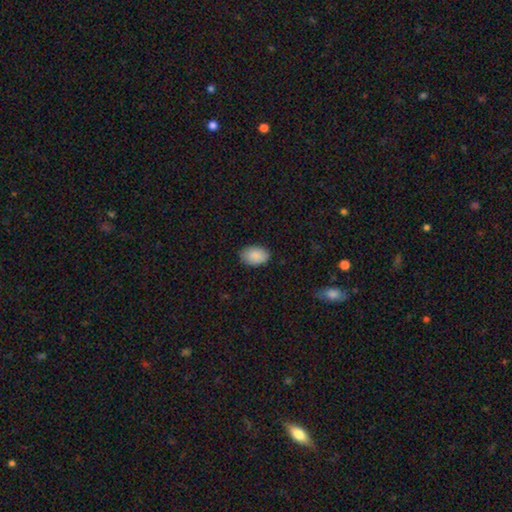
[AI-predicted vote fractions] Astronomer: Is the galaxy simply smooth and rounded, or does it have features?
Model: smooth — 89%.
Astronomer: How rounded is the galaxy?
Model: in between — 89%.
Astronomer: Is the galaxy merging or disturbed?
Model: none — 85%.